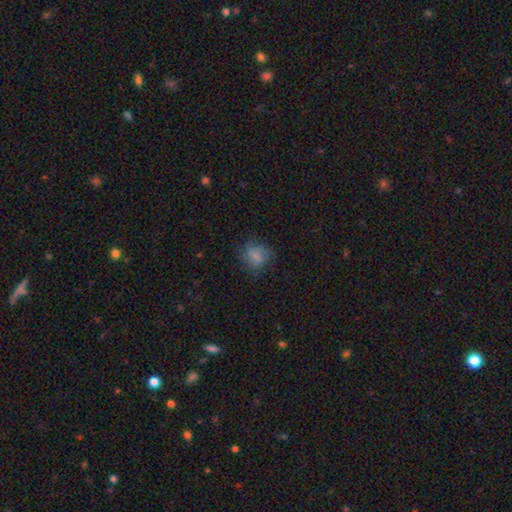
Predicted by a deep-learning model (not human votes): This appears to be a smooth galaxy with no disk features (67%) that is round (71%). Merging: none (65%).